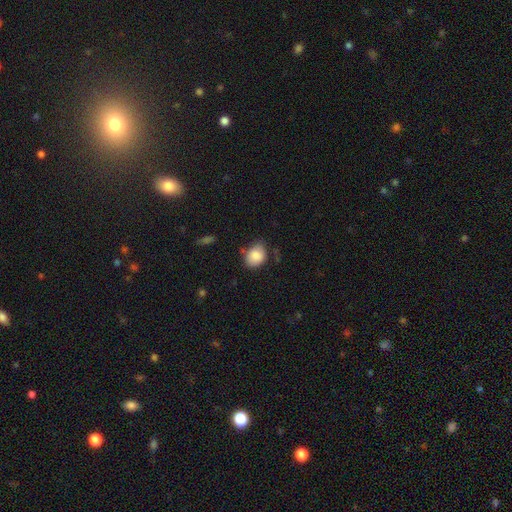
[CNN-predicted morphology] Q: Smooth or featured?
A: smooth (85%); runner-up: star or artifact (8%)
Q: How rounded?
A: in between (58%); runner-up: round (41%)
Q: Merging?
A: none (63%); runner-up: minor disturbance (27%)